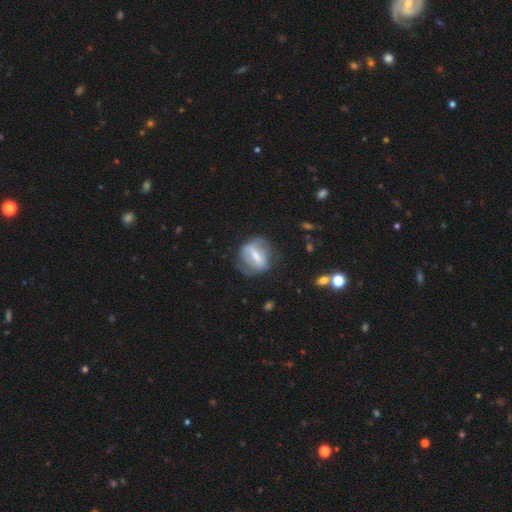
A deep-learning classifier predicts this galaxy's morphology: Smooth or featured?
  - featured or disk: 56% *
  - smooth: 36%
  - star or artifact: 8%
Edge-on disk?
  - no: 88% *
  - yes: 12%
Merging?
  - none: 59% *
  - minor disturbance: 24%
  - major disturbance: 15%
  - merger: 2%